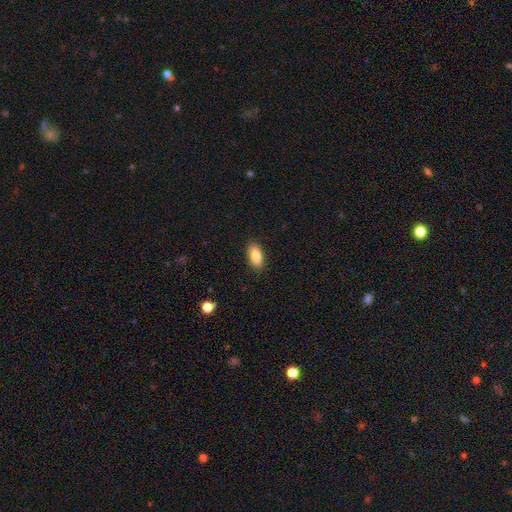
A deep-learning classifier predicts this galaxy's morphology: smooth 84%, featured or disk 9%, star or artifact 7%. Down the decision tree: how rounded — in between (91%); merging — none (88%).